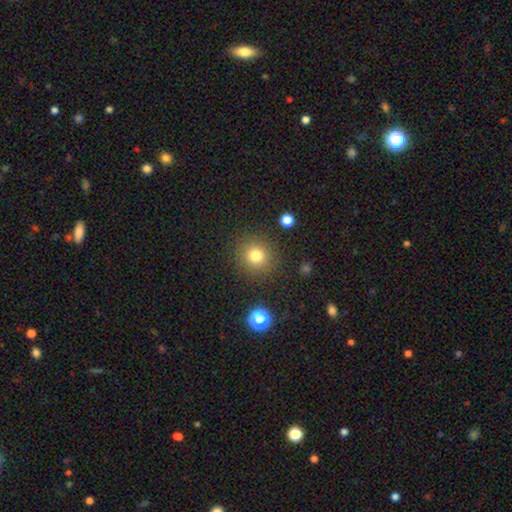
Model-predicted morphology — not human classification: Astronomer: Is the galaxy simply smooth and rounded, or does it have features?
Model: smooth — 78%.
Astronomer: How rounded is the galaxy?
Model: round — 92%.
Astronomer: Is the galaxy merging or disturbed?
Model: none — 88%.